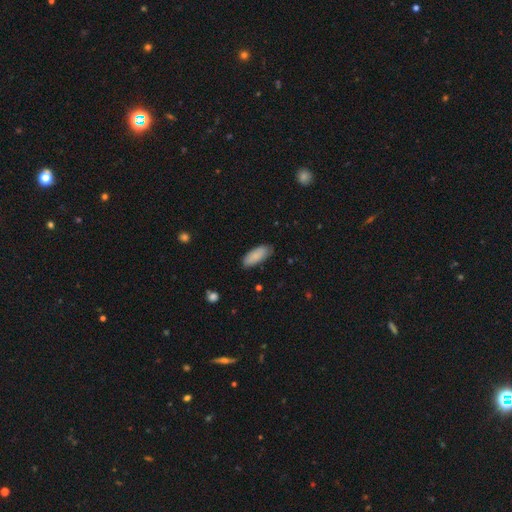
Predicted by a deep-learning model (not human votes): Q: Smooth or featured?
A: smooth (88%); runner-up: featured or disk (6%)
Q: How rounded?
A: in between (80%); runner-up: cigar-shaped (18%)
Q: Merging?
A: none (81%); runner-up: minor disturbance (15%)